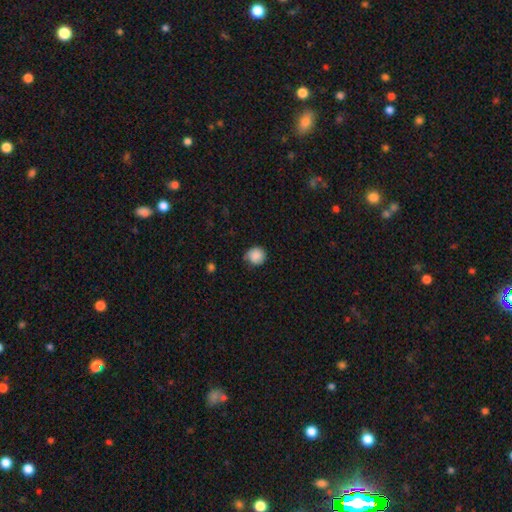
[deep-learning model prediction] smooth_or_featured: smooth (p=0.87) [alt: star or artifact p=0.08]
how_rounded: round (p=0.89) [alt: in between p=0.10]
merging: none (p=0.75) [alt: minor disturbance p=0.20]